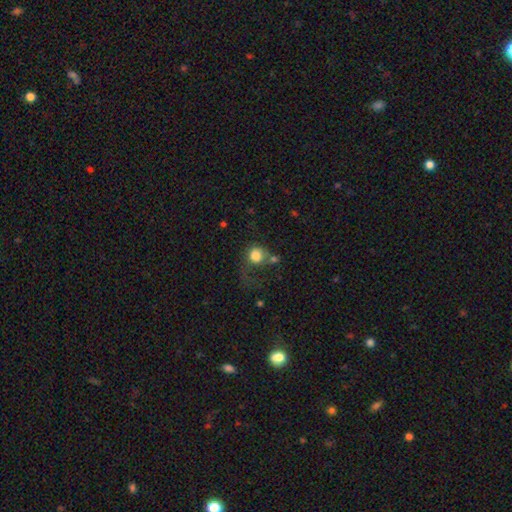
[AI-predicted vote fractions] Overall: smooth (78%). How rounded: round (81%). Merging: major disturbance (34%; none 33%).